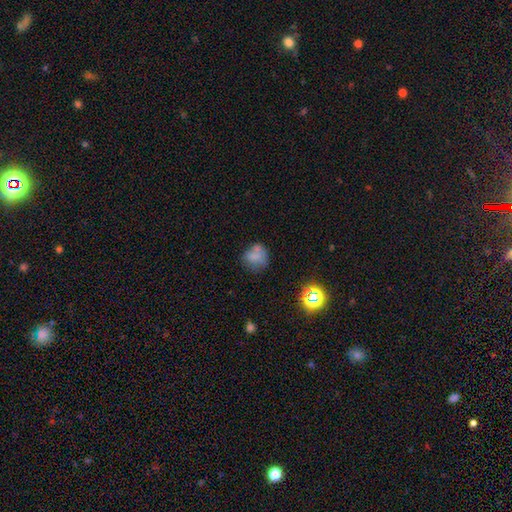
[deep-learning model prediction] A smooth galaxy with no disk features (70%) that is round (73%).

Vote fractions:
- Smooth or featured? smooth: 70% / featured or disk: 16% / star or artifact: 14%
- How rounded? round: 73% / in between: 26% / cigar-shaped: 1%
- Merging? none: 51% / minor disturbance: 23% / merger: 14% / major disturbance: 12%